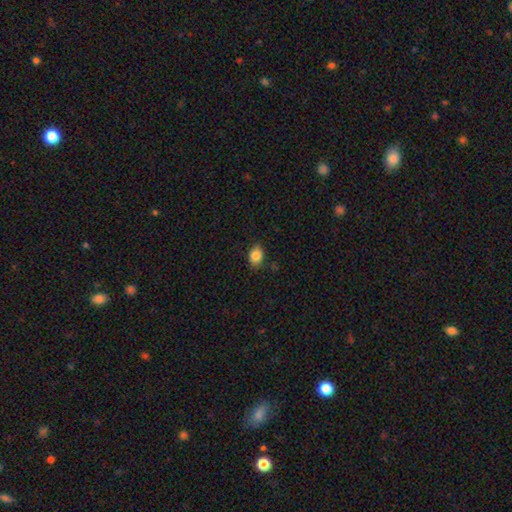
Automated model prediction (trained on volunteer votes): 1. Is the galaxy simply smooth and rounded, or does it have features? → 85% smooth, 10% star or artifact, 5% featured or disk.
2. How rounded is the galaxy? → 62% in between, 37% round, 1% cigar-shaped.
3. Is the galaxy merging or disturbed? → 81% none, 15% minor disturbance, 3% major disturbance, 2% merger.